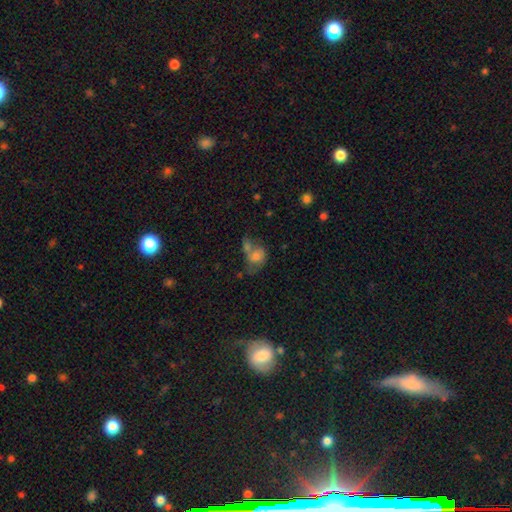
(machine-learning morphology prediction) This appears to be a smooth galaxy with no disk features (61%) that is in between round and cigar-shaped (56%). Merging: merger (43%).